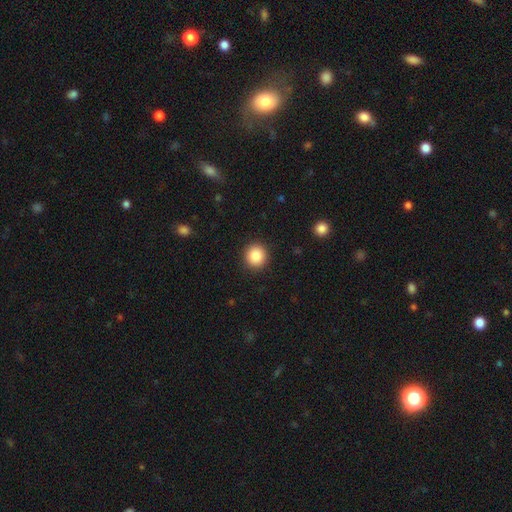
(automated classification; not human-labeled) The model was most divided on "smooth or featured": smooth: 86%, star or artifact: 9%, featured or disk: 4%. More confident: how rounded — round (92%); merging — none (92%).